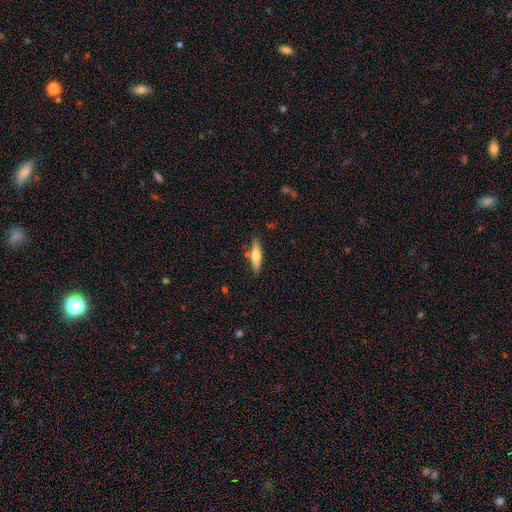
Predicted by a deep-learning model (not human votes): smooth_or_featured: smooth (p=0.61) [alt: featured or disk p=0.33]
how_rounded: cigar-shaped (p=0.67) [alt: in between p=0.31]
merging: none (p=0.81) [alt: minor disturbance p=0.12]